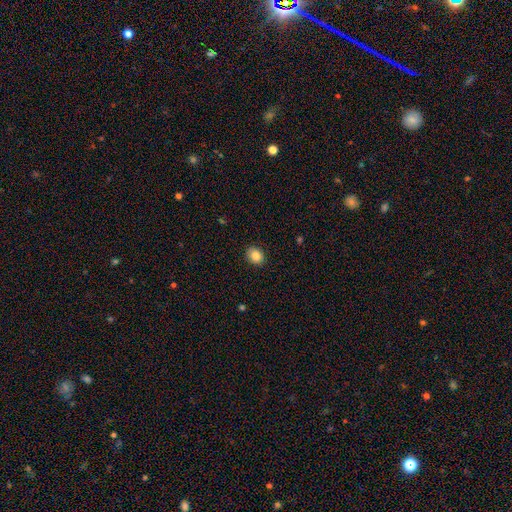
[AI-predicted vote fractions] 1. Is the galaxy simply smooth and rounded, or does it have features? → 86% smooth, 9% star or artifact, 5% featured or disk.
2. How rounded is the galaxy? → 57% round, 43% in between, 1% cigar-shaped.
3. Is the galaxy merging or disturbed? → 90% none, 7% minor disturbance, 2% major disturbance, 1% merger.